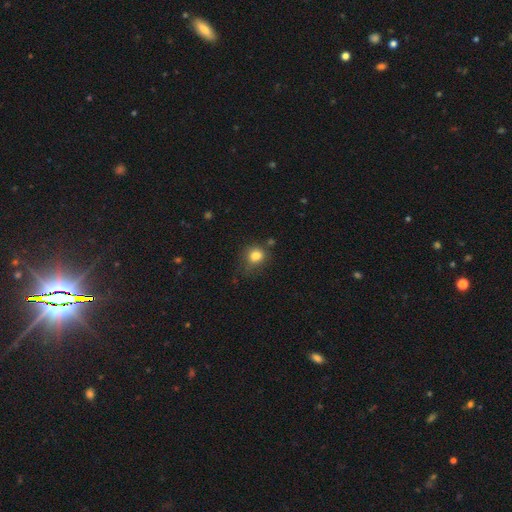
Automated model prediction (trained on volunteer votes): Smooth or featured? Predicted: smooth (p=0.81). How rounded? Predicted: round (p=0.73). Merging? Predicted: none (p=0.63).